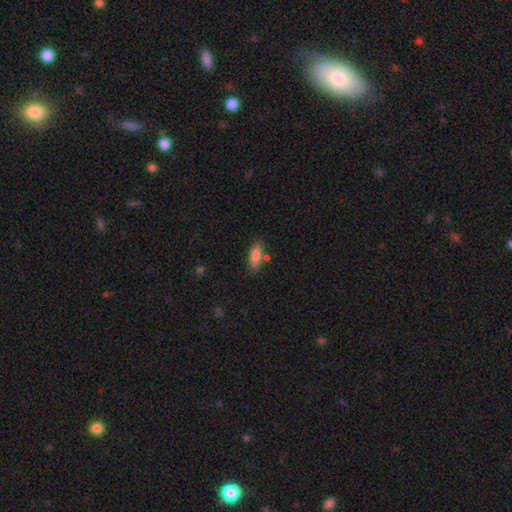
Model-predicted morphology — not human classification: smooth 82%, featured or disk 11%, star or artifact 7%. Down the decision tree: how rounded — in between (58%); merging — none (75%).